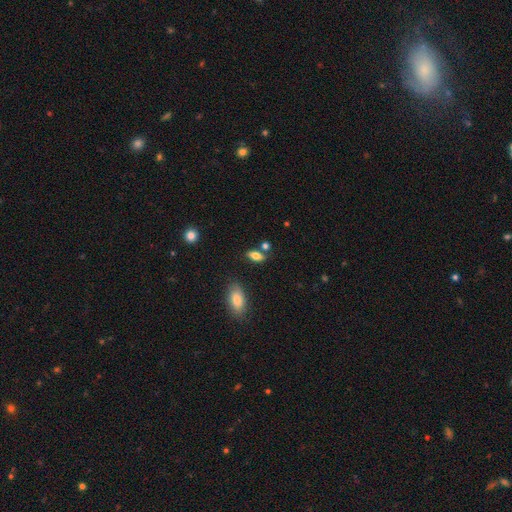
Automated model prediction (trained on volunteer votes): A smooth galaxy with no disk features (76%) that is in between round and cigar-shaped (80%).

Vote fractions:
- Smooth or featured? smooth: 76% / featured or disk: 15% / star or artifact: 9%
- How rounded? in between: 80% / cigar-shaped: 14% / round: 6%
- Merging? none: 70% / minor disturbance: 13% / merger: 13% / major disturbance: 4%